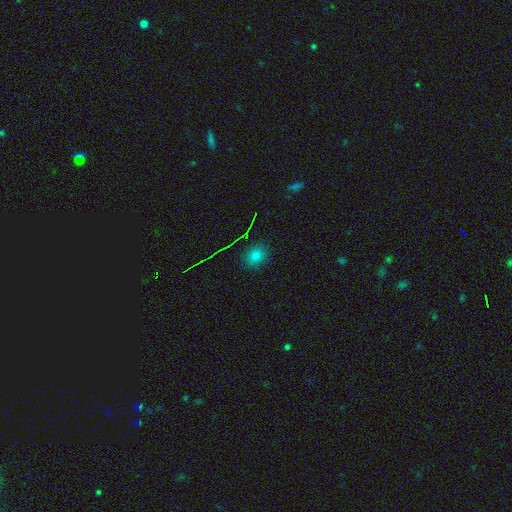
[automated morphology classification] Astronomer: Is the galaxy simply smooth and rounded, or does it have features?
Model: smooth — 73%.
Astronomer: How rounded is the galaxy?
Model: round — 69%.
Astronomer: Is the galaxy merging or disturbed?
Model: none — 86%.